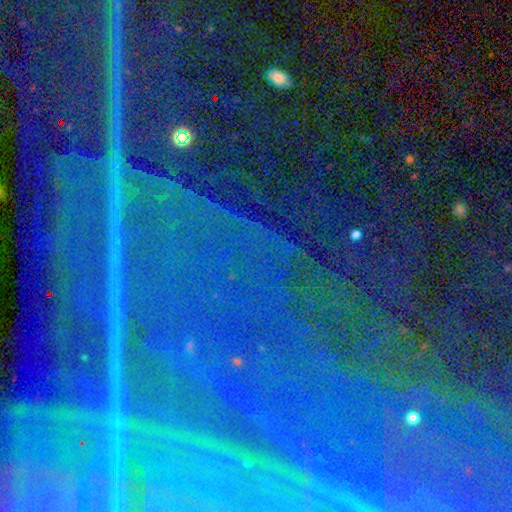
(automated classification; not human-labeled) smooth-or-featured: star or artifact: 89% | featured or disk: 6% | smooth: 5%